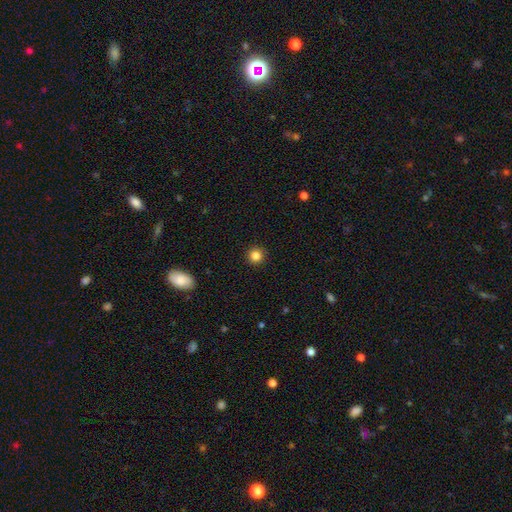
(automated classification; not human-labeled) smooth-or-featured: smooth: 85% | star or artifact: 11% | featured or disk: 4%
  how-rounded: round: 95% | in between: 4% | cigar-shaped: 1%
  merging: none: 93% | minor disturbance: 5% | major disturbance: 2% | merger: 1%